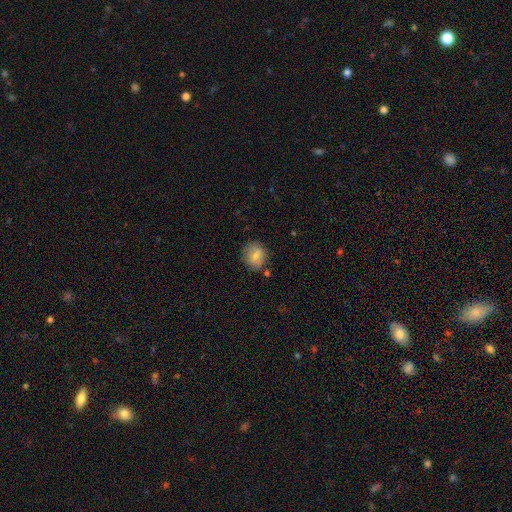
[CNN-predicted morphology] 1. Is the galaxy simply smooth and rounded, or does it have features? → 75% smooth, 17% featured or disk, 9% star or artifact.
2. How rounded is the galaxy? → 72% round, 27% in between, 1% cigar-shaped.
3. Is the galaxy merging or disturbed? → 76% none, 16% minor disturbance, 4% merger, 4% major disturbance.